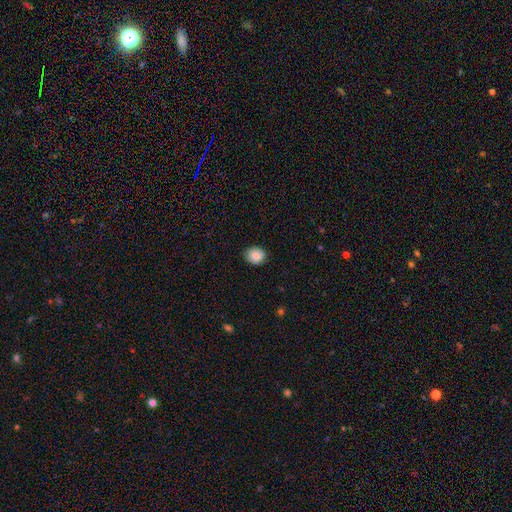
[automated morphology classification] smooth 87%, star or artifact 8%, featured or disk 5%. Down the decision tree: how rounded — round (69%); merging — none (85%).